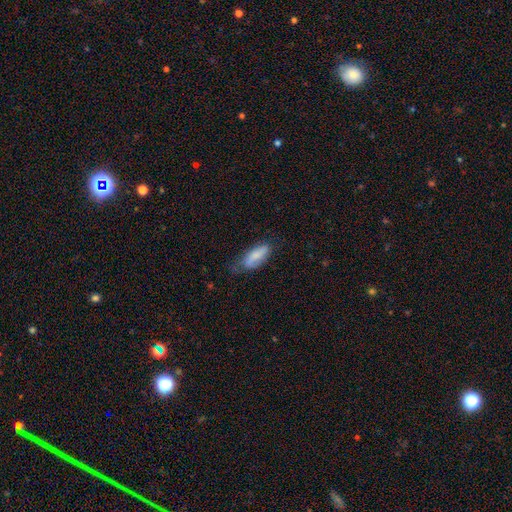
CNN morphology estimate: A smooth galaxy with no disk features (72%) that is in between round and cigar-shaped (75%). Merging: none (53%).